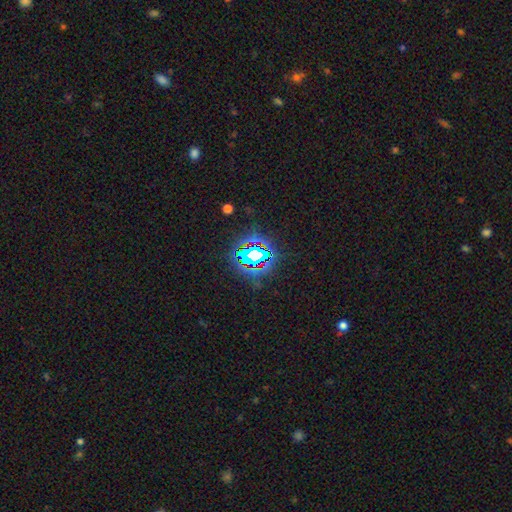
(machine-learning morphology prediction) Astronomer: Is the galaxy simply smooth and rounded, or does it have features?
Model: star or artifact — 72%.